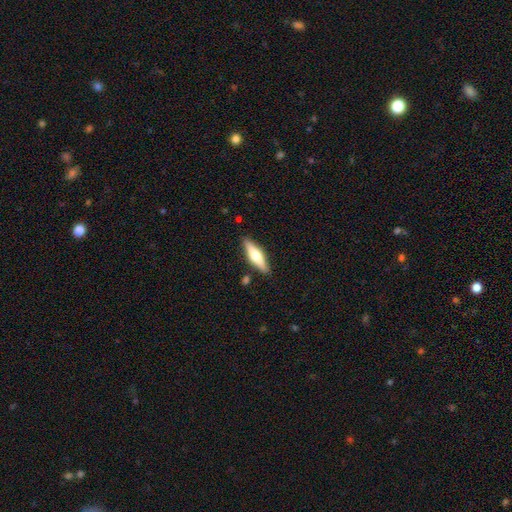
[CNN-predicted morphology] Smooth or featured: featured or disk — 49% (smooth — 46%)
Merging: none — 86% (minor disturbance — 10%)